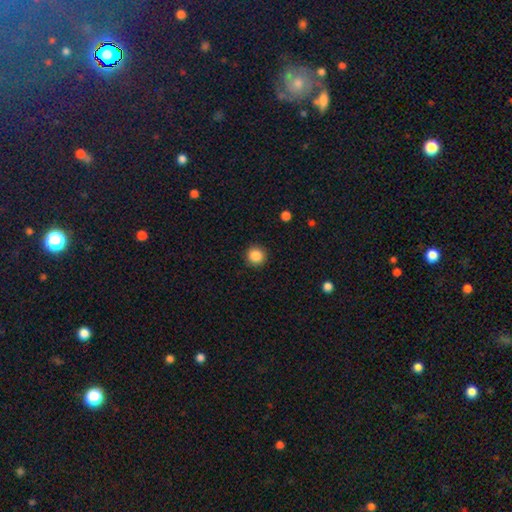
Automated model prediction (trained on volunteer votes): This is clearly a smooth galaxy (87%). How rounded: clearly round (94%). Merging: clearly none (91%).